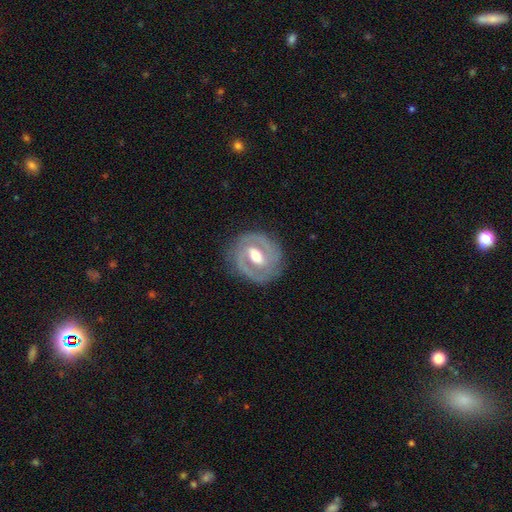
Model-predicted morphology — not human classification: Smooth or featured? Predicted: featured or disk (p=0.82). Edge-on disk? Predicted: no (p=0.97). Bar? Predicted: weak (p=0.44). Spiral arms? Predicted: yes (p=0.84). Spiral winding? Predicted: tight (p=0.54). Spiral arm count? Predicted: 2 (p=0.81). Bulge size? Predicted: moderate (p=0.69). Merging? Predicted: none (p=0.82).